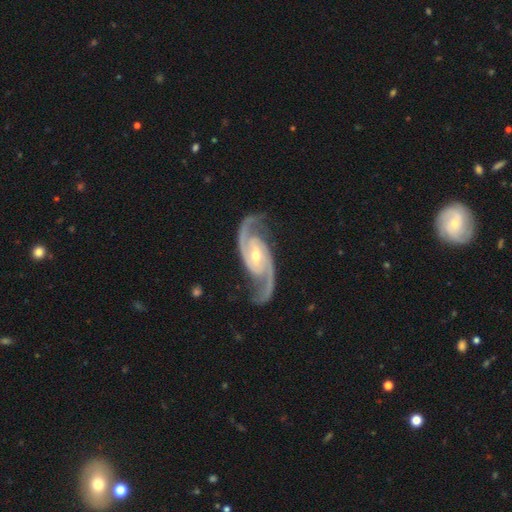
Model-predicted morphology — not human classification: Smooth or featured? featured or disk (94%)
Edge-on disk? no (97%)
Bar? weak (43%)
Spiral arms? yes (99%)
Spiral winding? medium (60%)
Spiral arm count? 2 (94%)
Bulge size? moderate (49%)
Merging? none (81%)